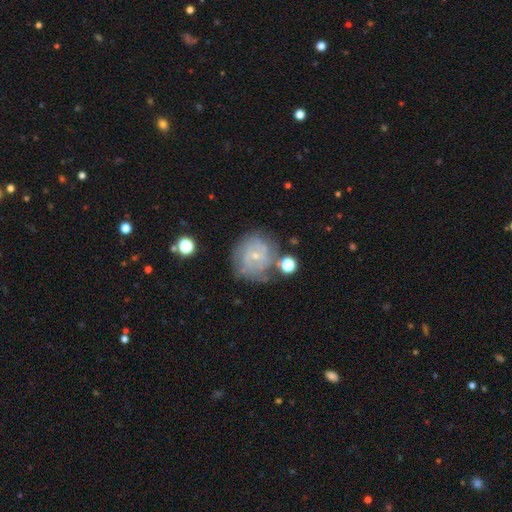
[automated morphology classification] smooth_or_featured: featured or disk (p=0.70) [alt: smooth p=0.21]
disk_edge_on: no (p=0.98) [alt: yes p=0.02]
bar: no (p=0.62) [alt: weak p=0.32]
has_spiral_arms: yes (p=0.83) [alt: no p=0.17]
spiral_winding: tight (p=0.59) [alt: medium p=0.31]
spiral_arm_count: can't tell (p=0.46) [alt: 2 p=0.22]
bulge_size: small (p=0.78) [alt: moderate p=0.17]
merging: none (p=0.62) [alt: minor disturbance p=0.20]